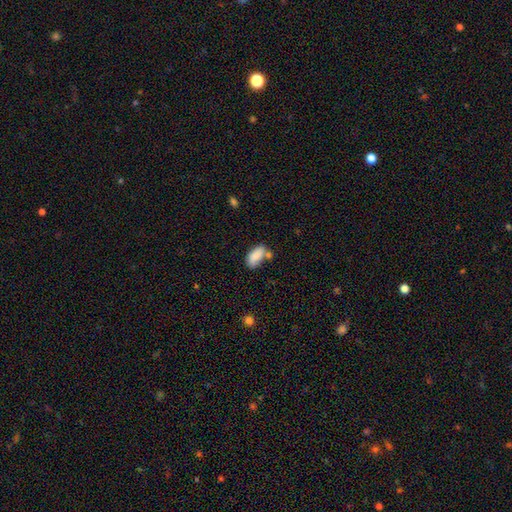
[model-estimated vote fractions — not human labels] The model was most divided on "merging": none: 48%, merger: 24%, minor disturbance: 21%, major disturbance: 7%. More confident: how rounded — in between (91%); smooth or featured — smooth (84%).